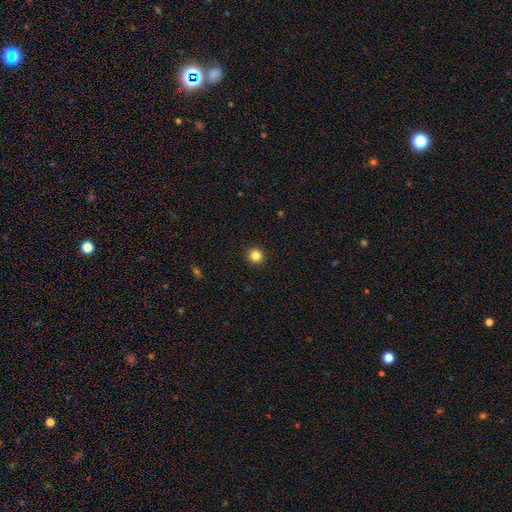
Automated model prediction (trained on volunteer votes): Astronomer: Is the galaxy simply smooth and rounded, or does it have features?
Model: smooth — 84%.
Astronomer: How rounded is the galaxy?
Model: round — 95%.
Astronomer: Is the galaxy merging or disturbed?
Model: none — 93%.